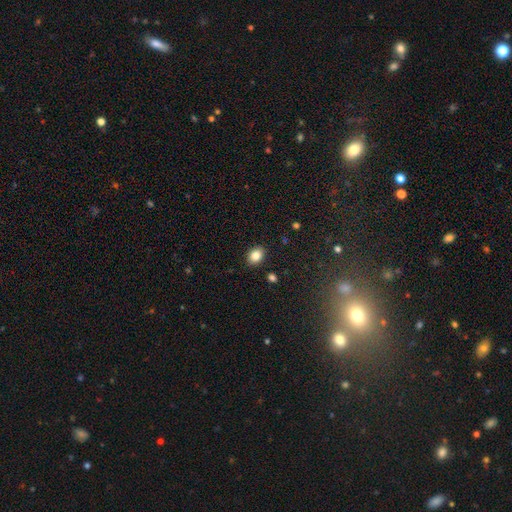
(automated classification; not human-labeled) Smooth or featured? Predicted: smooth (p=0.84). How rounded? Predicted: in between (p=0.62). Merging? Predicted: none (p=0.89).